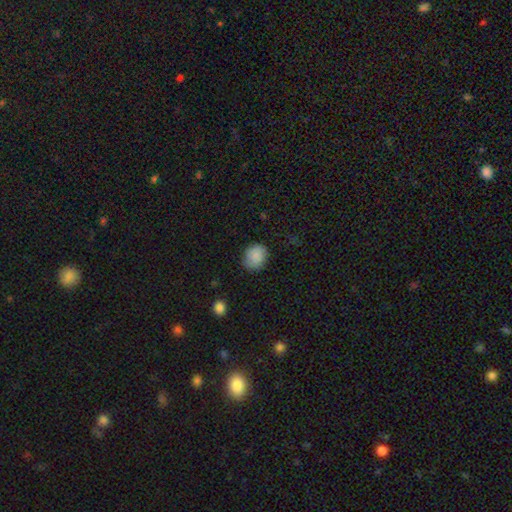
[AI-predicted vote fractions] Smooth or featured? smooth (87%)
How rounded? round (65%)
Merging? none (79%)